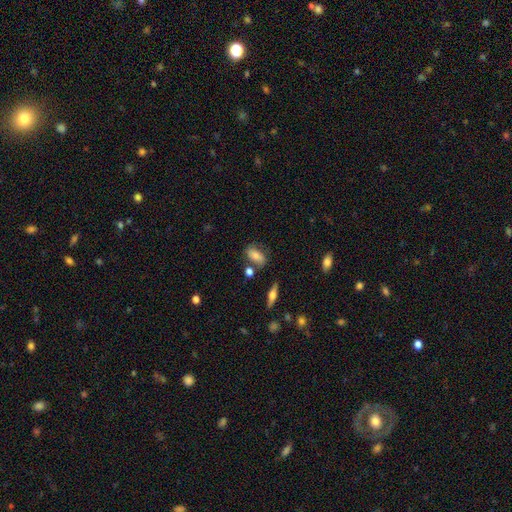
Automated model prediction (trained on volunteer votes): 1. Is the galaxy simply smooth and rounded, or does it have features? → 72% smooth, 19% featured or disk, 8% star or artifact.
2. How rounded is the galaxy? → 86% in between, 7% cigar-shaped, 6% round.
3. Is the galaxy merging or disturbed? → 67% none, 19% minor disturbance, 8% merger, 6% major disturbance.